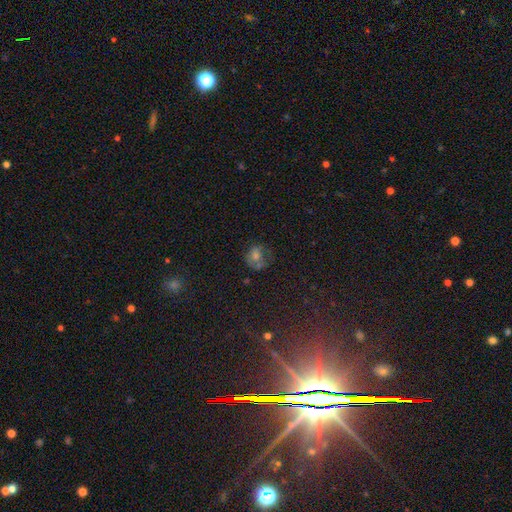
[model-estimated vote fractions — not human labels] smooth 44%, featured or disk 29%, star or artifact 28%. Down the decision tree: merging — none (57%).